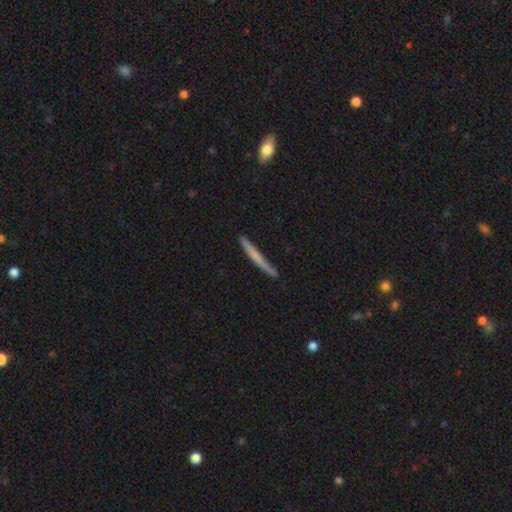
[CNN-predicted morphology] Overall: smooth (55%; featured or disk 39%). How rounded: cigar-shaped (97%). Merging: none (85%).